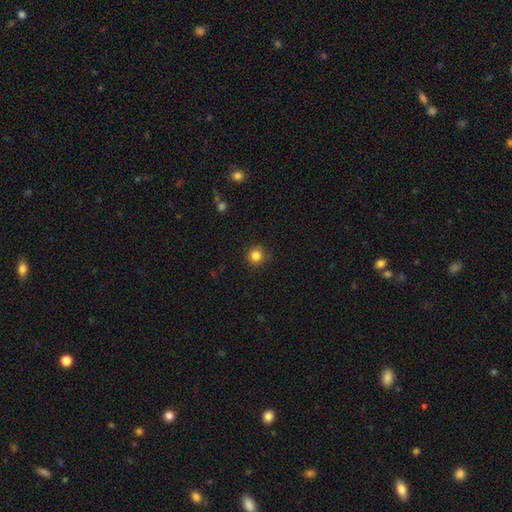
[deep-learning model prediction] smooth 84%, star or artifact 12%, featured or disk 4%. Down the decision tree: how rounded — round (93%); merging — none (89%).